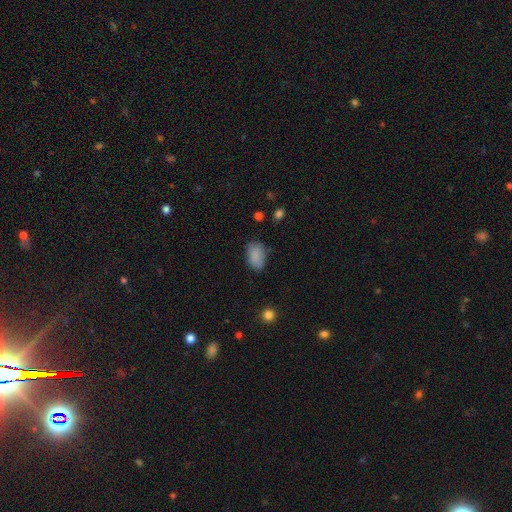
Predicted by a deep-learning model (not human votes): The model was most divided on "merging": none: 73%, minor disturbance: 20%, major disturbance: 5%, merger: 2%. More confident: how rounded — in between (90%); smooth or featured — smooth (86%).